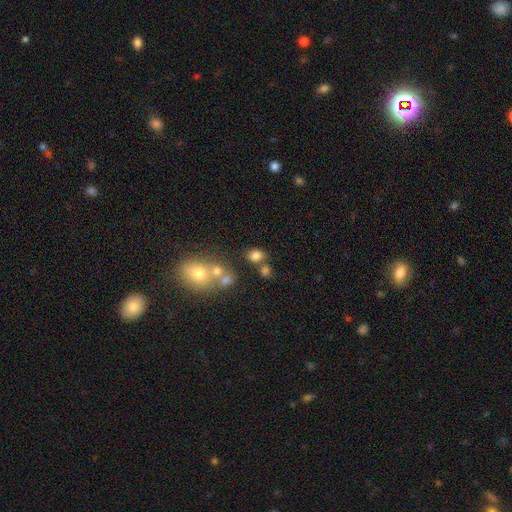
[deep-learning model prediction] The model was most divided on "how rounded": in between: 56%, round: 43%, cigar-shaped: 2%. More confident: smooth or featured — smooth (77%); merging — none (60%).